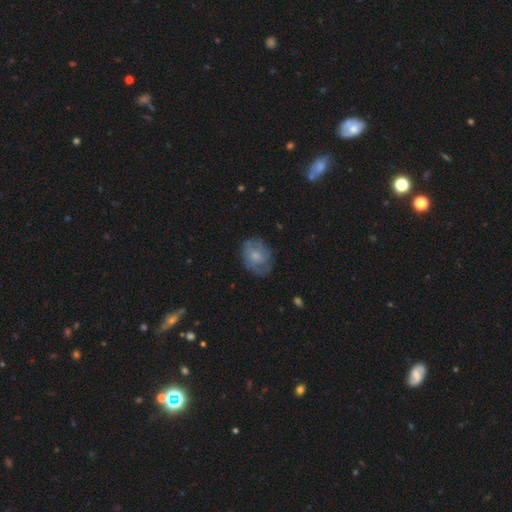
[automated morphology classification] This appears to be a featured or disk galaxy (46%, tied with smooth). Merging: none (63%).